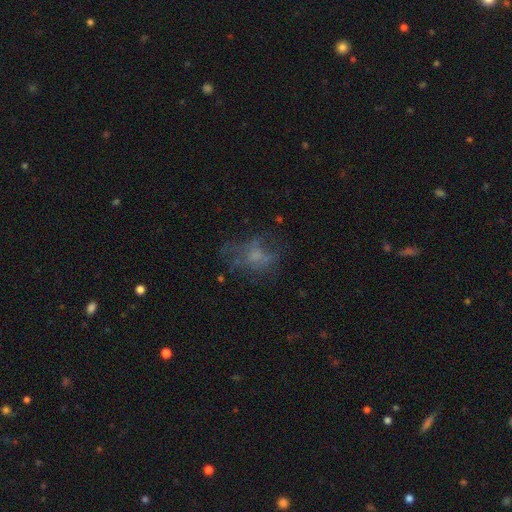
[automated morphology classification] type=featured or disk (42%); merging=none (48%).